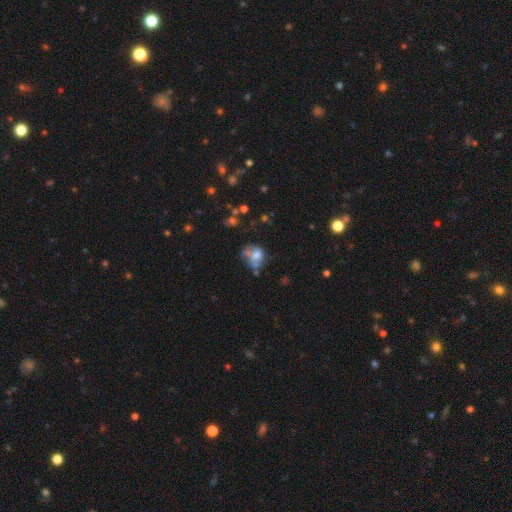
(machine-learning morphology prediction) A smooth galaxy with no disk features (57%) that is round (51%). Merging: major disturbance (29%, tied with none).